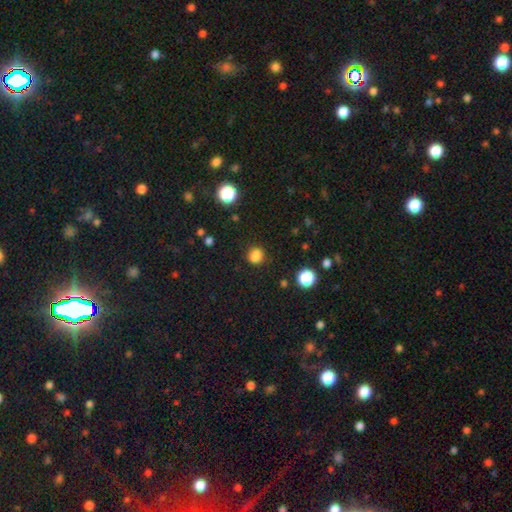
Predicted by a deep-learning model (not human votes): Overall: smooth (82%). How rounded: round (79%). Merging: none (84%).